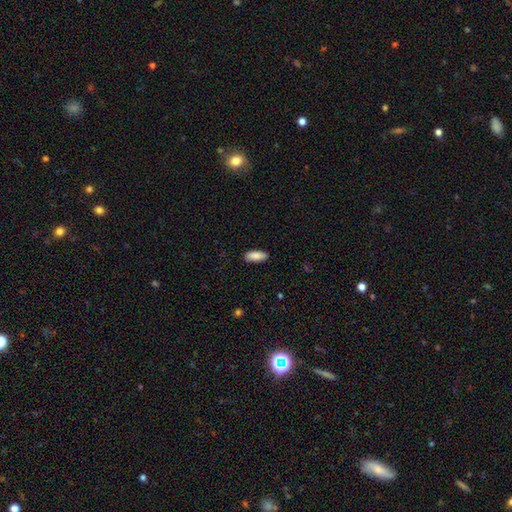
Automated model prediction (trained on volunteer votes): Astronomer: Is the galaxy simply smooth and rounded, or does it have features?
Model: smooth — 88%.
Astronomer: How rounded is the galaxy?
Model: in between — 81%.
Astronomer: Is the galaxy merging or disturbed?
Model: none — 87%.